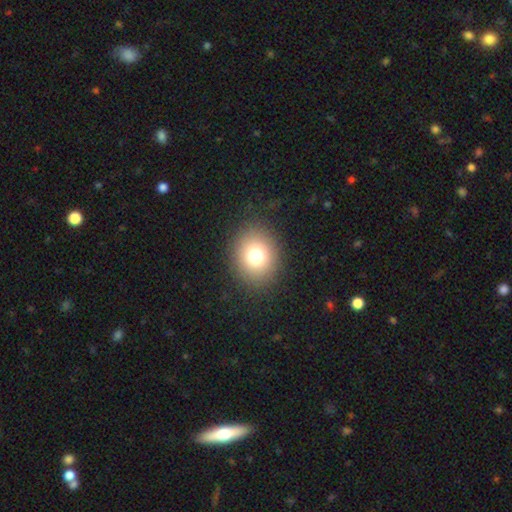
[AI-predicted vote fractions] Morphology: type=smooth (75%); roundness=round (71%); merging=none (88%).